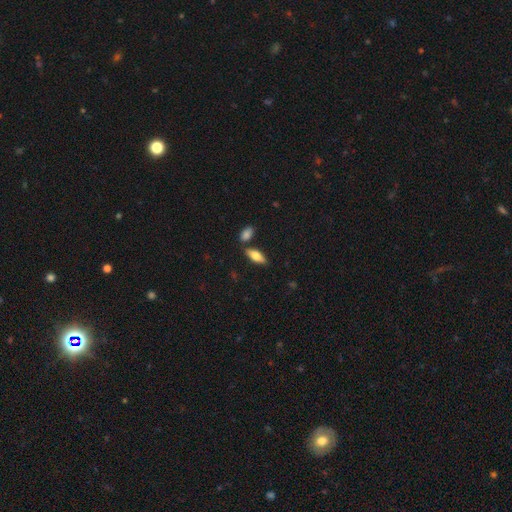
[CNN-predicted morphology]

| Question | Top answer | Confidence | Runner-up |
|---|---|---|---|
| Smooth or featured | smooth | 71% | featured or disk (23%) |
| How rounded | in between | 74% | cigar-shaped (23%) |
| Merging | none | 77% | minor disturbance (10%) |